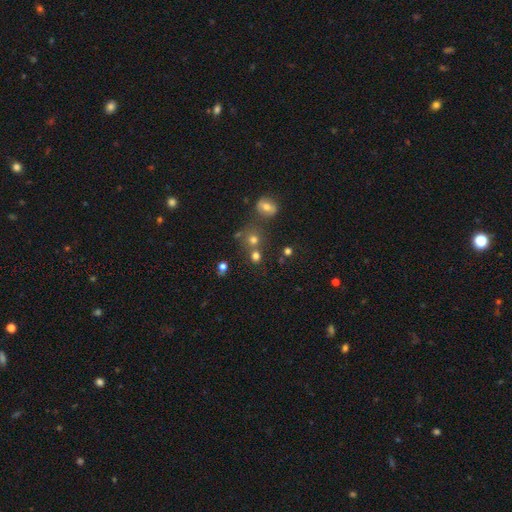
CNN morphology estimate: Smooth or featured? Predicted: smooth (p=0.71). How rounded? Predicted: round (p=0.84). Merging? Predicted: none (p=0.62).